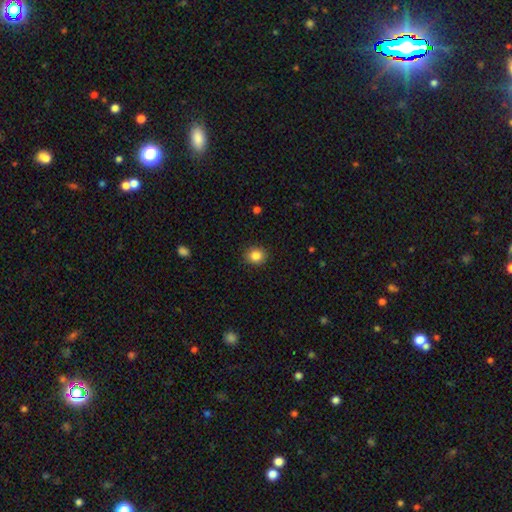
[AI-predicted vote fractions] The model was most divided on "how rounded": round: 80%, in between: 19%, cigar-shaped: 1%. More confident: merging — none (90%); smooth or featured — smooth (85%).